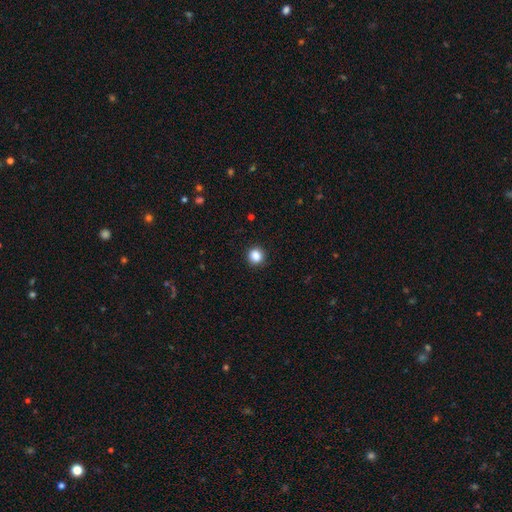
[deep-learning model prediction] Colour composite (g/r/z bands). It shows a smooth galaxy with no disk features (86%) that is round (93%). Merging: none (92%).